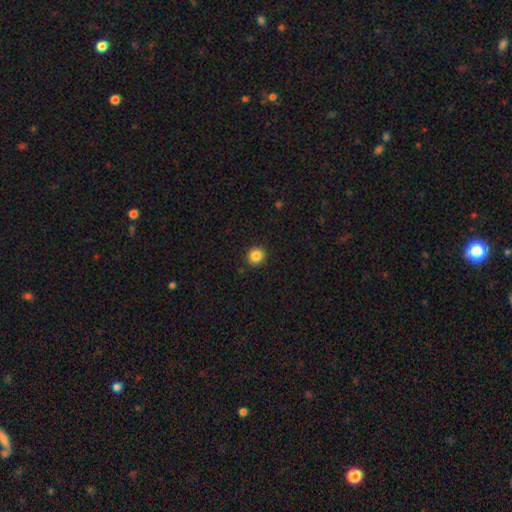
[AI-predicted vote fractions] smooth_or_featured: smooth (p=0.86) [alt: star or artifact p=0.10]
how_rounded: round (p=0.91) [alt: in between p=0.08]
merging: none (p=0.91) [alt: minor disturbance p=0.06]